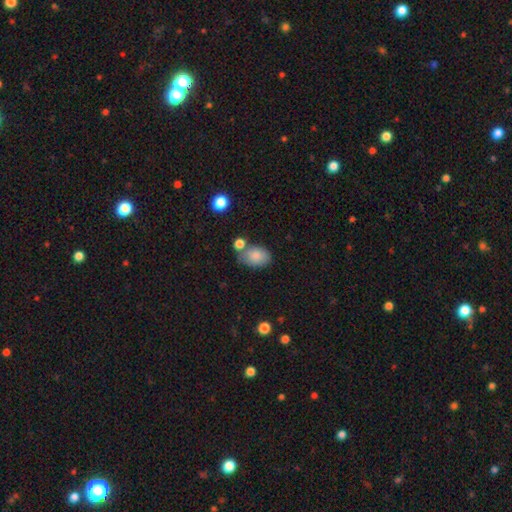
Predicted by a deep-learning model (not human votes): A smooth galaxy with no disk features (84%) that is in between round and cigar-shaped (84%).

Vote fractions:
- Smooth or featured? smooth: 84% / star or artifact: 8% / featured or disk: 8%
- How rounded? in between: 84% / round: 15% / cigar-shaped: 1%
- Merging? none: 58% / minor disturbance: 20% / merger: 16% / major disturbance: 6%